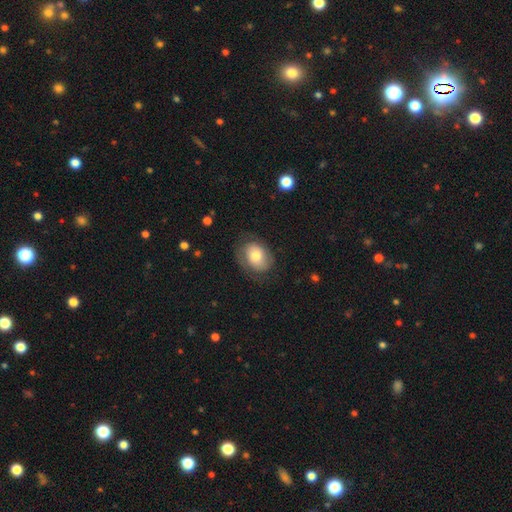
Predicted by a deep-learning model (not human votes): smooth_or_featured: smooth (p=0.58) [alt: featured or disk p=0.35]
how_rounded: in between (p=0.61) [alt: round p=0.38]
merging: none (p=0.66) [alt: minor disturbance p=0.21]